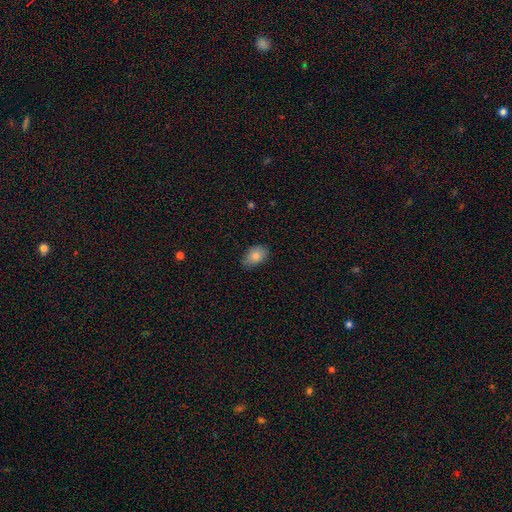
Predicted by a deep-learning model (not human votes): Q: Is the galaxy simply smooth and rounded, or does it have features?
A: smooth — 83%.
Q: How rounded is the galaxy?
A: in between — 84%.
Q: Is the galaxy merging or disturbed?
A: none — 76%.